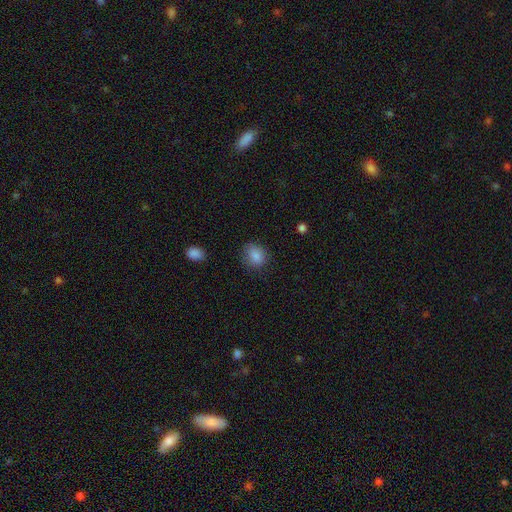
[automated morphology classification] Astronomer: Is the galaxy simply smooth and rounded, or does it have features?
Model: smooth — 86%.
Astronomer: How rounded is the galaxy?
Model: round — 54% (runner-up: in between, 45%).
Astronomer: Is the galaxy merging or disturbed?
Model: none — 76%.